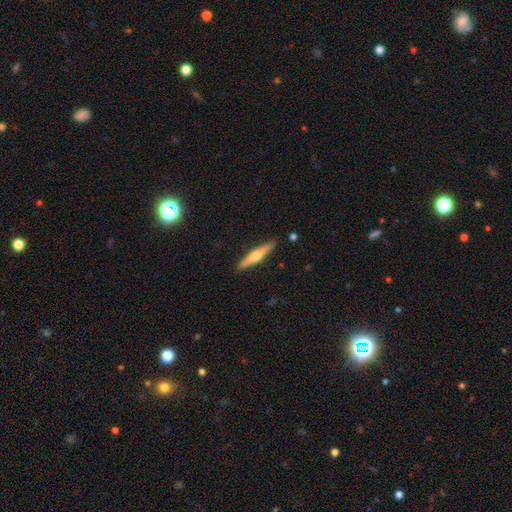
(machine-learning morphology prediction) This is possibly a featured or disk galaxy (57%). It is clearly viewed edge-on (96%). Edge-on bulge: clearly rounded (88%). Merging: clearly none (90%).